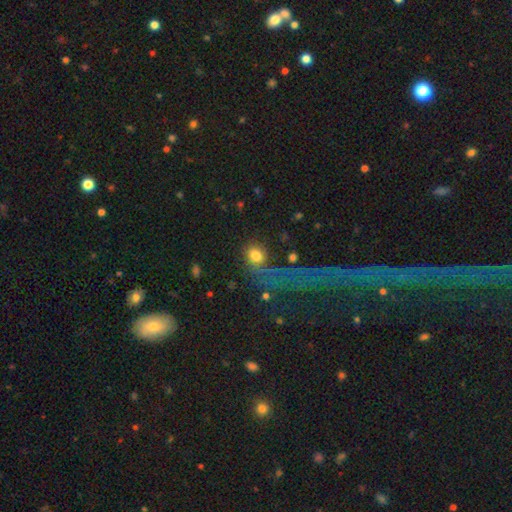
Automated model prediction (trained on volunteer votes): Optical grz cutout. It shows a smooth galaxy with no disk features (77%) that is round (61%). Merging: none (55%).